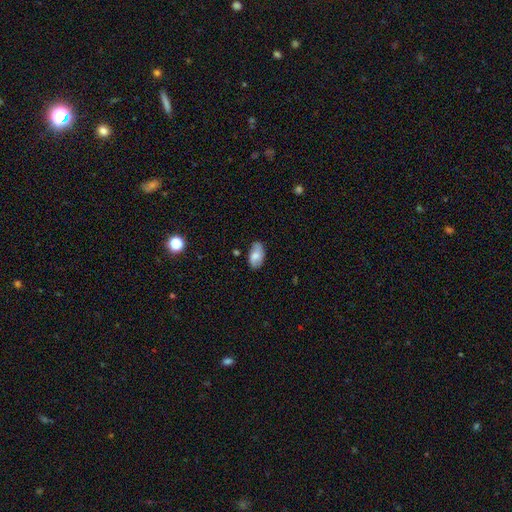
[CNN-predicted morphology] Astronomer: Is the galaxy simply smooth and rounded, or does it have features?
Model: smooth — 63%.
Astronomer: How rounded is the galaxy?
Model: in between — 93%.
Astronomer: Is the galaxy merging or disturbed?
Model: none — 75%.